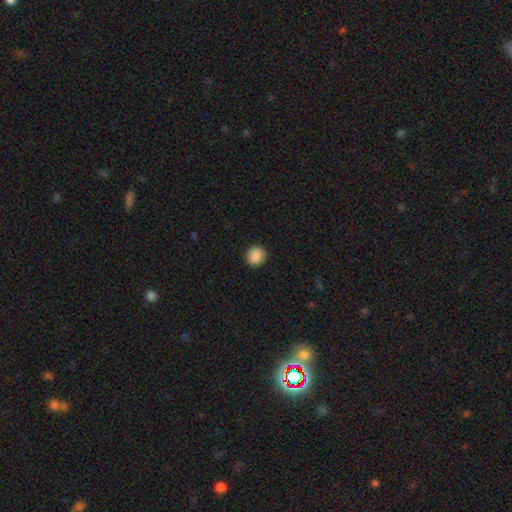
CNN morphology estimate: A smooth galaxy with no disk features (88%) that is round (85%).

Vote fractions:
- Smooth or featured? smooth: 88% / star or artifact: 8% / featured or disk: 3%
- How rounded? round: 85% / in between: 14% / cigar-shaped: 1%
- Merging? none: 91% / minor disturbance: 6% / major disturbance: 2% / merger: 1%